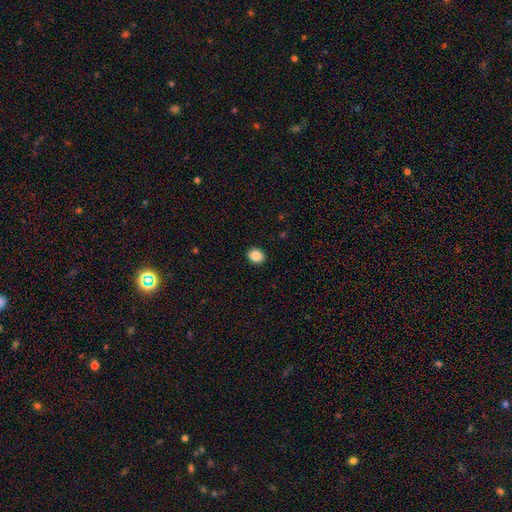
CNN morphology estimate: A smooth galaxy with no disk features (87%) that is round (56%).

Vote fractions:
- Smooth or featured? smooth: 87% / star or artifact: 9% / featured or disk: 4%
- How rounded? round: 56% / in between: 43% / cigar-shaped: 1%
- Merging? none: 91% / minor disturbance: 6% / major disturbance: 2% / merger: 1%